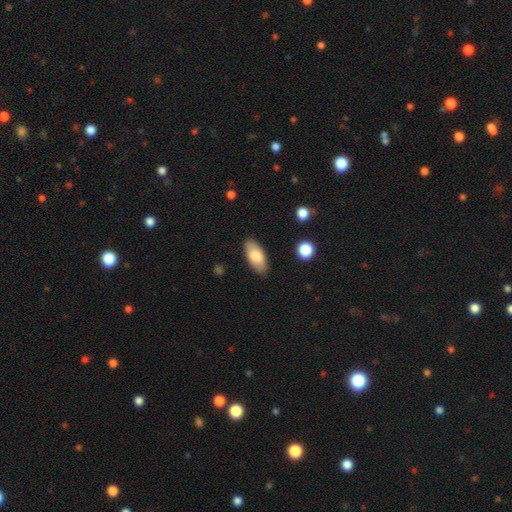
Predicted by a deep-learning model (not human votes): Overall: smooth (83%). How rounded: in between (89%). Merging: none (86%).